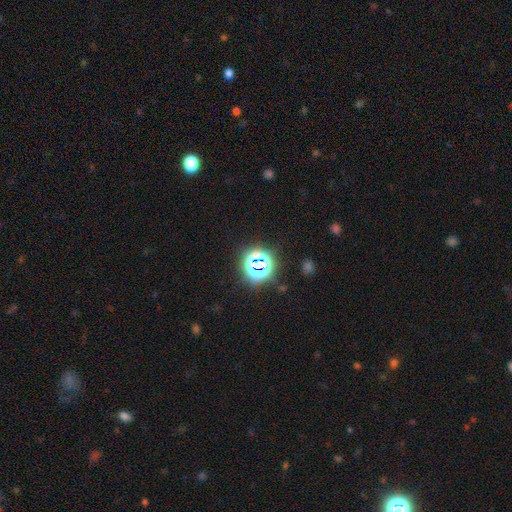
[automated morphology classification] smooth_or_featured: star or artifact (p=0.72) [alt: smooth p=0.19]